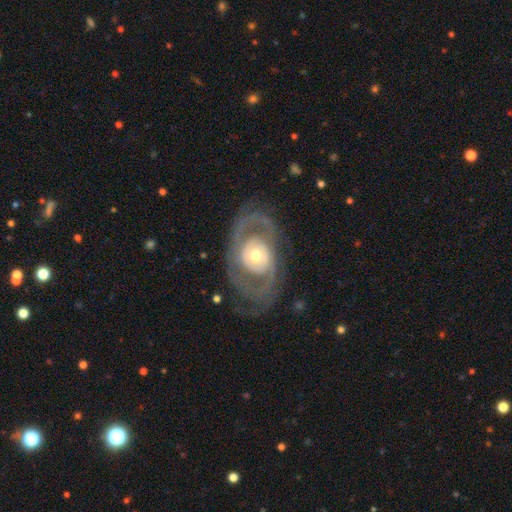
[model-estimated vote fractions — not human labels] Morphology: type=featured or disk (82%); edge-on=no (95%); bar=no (76%); spiral arms=yes (71%); winding=tight (40%); arm count=2 (70%); bulge=moderate (68%); merging=none (69%).